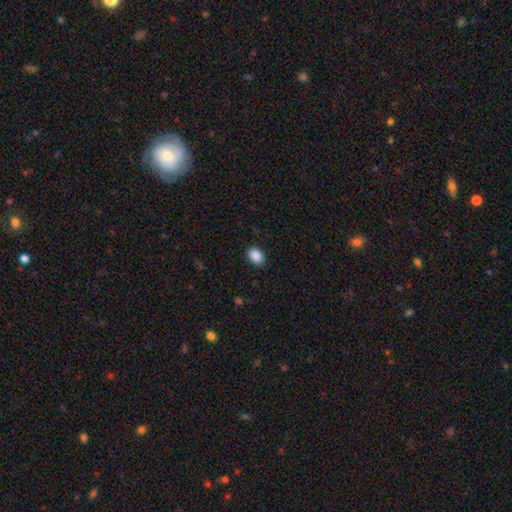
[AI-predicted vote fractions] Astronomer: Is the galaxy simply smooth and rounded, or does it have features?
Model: smooth — 89%.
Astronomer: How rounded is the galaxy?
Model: in between — 70%.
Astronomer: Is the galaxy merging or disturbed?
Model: none — 89%.